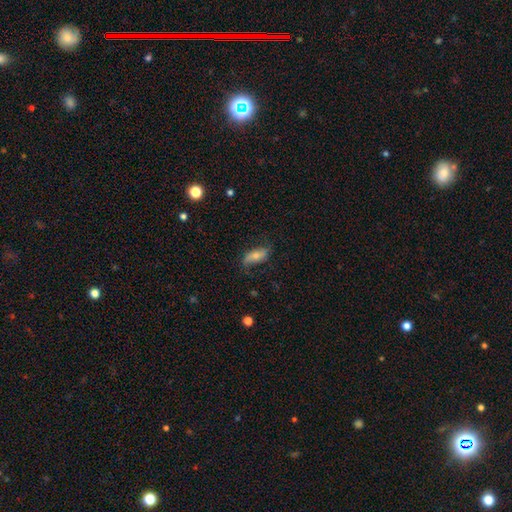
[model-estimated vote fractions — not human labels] This appears to be a smooth galaxy with no disk features (51%) that is in between round and cigar-shaped (81%). Merging: none (69%).